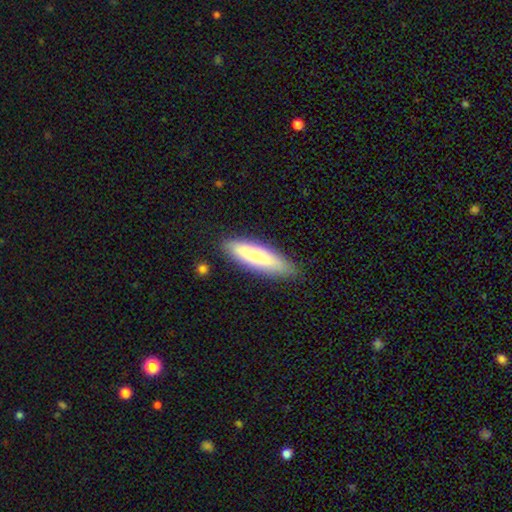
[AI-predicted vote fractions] A smooth galaxy with no disk features (70%) that is cigar-shaped (67%).

Vote fractions:
- Smooth or featured? smooth: 70% / featured or disk: 24% / star or artifact: 6%
- How rounded? cigar-shaped: 67% / in between: 32% / round: 2%
- Merging? none: 85% / minor disturbance: 11% / major disturbance: 2% / merger: 1%